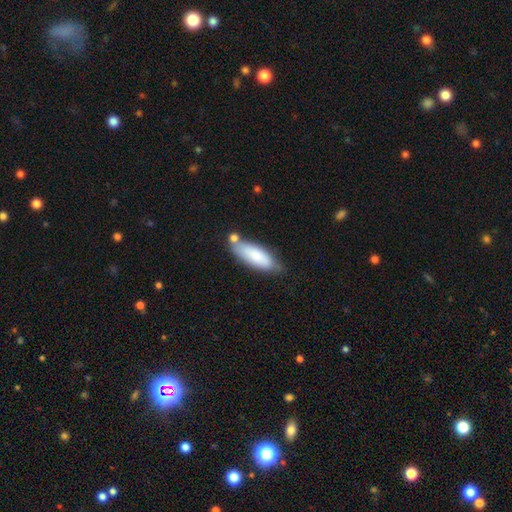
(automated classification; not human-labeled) smooth 80%, featured or disk 14%, star or artifact 6%. Down the decision tree: how rounded — in between (63%); merging — none (58%).